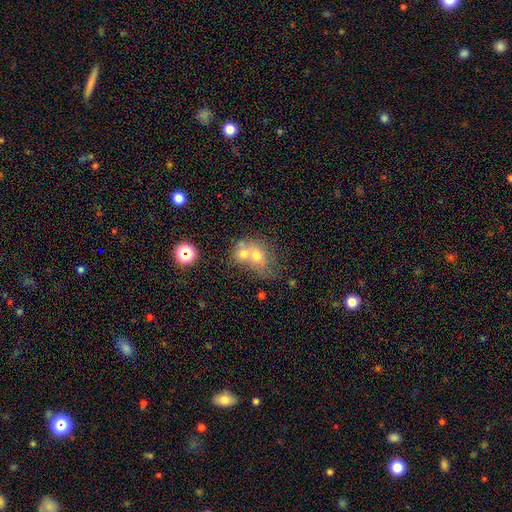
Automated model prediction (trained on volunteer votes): This appears to be a smooth galaxy with no disk features (62%) that is round (55%). Merging: merger (63%).